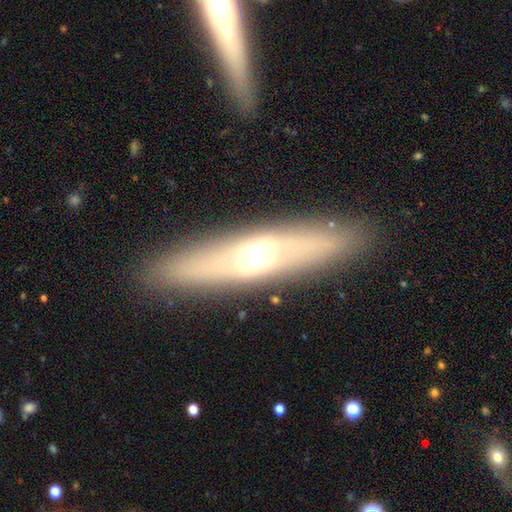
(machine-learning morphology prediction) smooth-or-featured: featured or disk: 56% | smooth: 37% | star or artifact: 7%
  disk-edge-on: yes: 65% | no: 35%
  merging: none: 88% | minor disturbance: 8% | major disturbance: 2% | merger: 2%